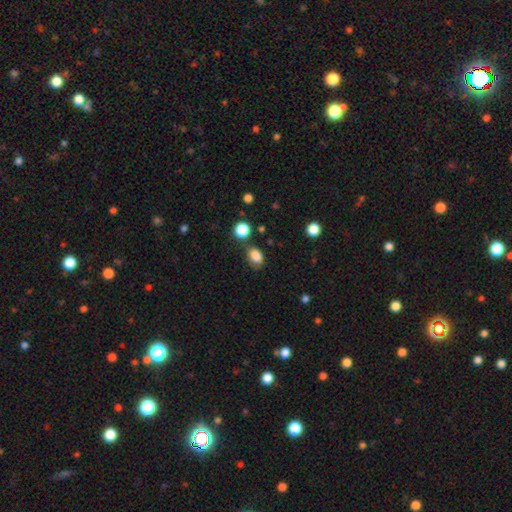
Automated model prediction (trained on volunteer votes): smooth-or-featured: smooth: 85% | star or artifact: 11% | featured or disk: 5%
  how-rounded: in between: 74% | round: 25% | cigar-shaped: 1%
  merging: none: 66% | minor disturbance: 21% | merger: 7% | major disturbance: 6%